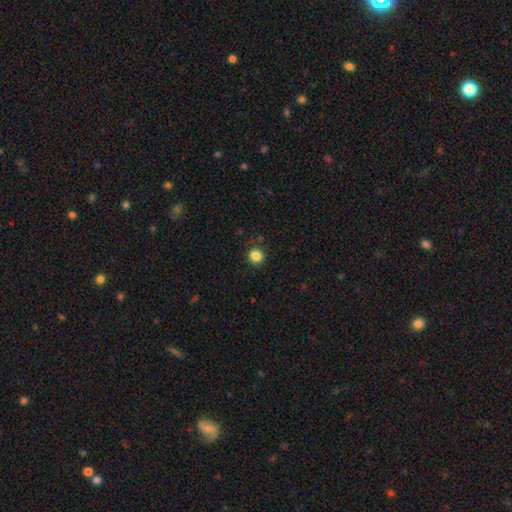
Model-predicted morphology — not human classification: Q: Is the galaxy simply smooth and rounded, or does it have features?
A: smooth — 85%.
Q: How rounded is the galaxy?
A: round — 88%.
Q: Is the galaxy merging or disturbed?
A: none — 89%.